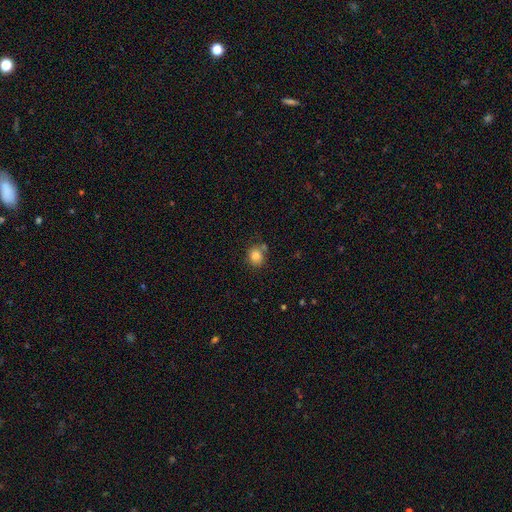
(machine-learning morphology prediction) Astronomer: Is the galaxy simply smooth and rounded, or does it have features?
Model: smooth — 84%.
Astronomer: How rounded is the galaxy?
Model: round — 77%.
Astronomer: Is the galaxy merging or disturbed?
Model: none — 66%.